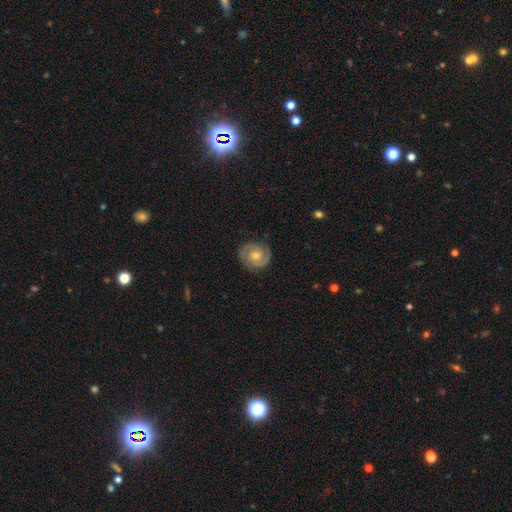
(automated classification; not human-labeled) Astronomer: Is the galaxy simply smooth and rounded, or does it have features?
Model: featured or disk — 79%.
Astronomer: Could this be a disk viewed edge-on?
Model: no — 98%.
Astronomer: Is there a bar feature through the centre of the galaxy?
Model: no — 70%.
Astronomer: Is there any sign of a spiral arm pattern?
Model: yes — 95%.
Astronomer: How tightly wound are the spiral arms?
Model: tight — 65%.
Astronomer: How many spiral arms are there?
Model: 2 — 87%.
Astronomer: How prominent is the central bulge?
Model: moderate — 59% (runner-up: small, 36%).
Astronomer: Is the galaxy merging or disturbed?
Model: none — 86%.